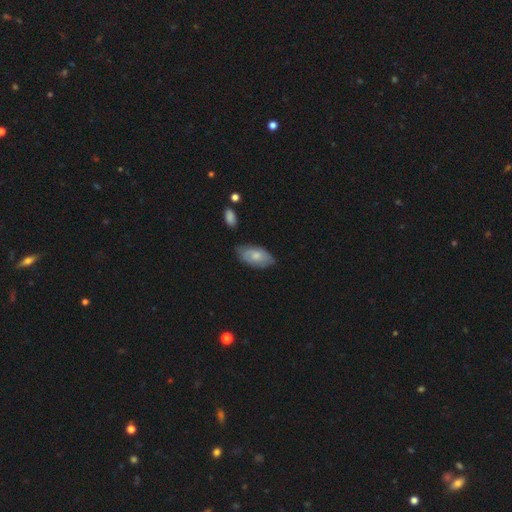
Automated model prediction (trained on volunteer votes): smooth_or_featured: smooth (p=0.63) [alt: featured or disk p=0.31]
how_rounded: in between (p=0.94) [alt: cigar-shaped p=0.03]
merging: none (p=0.70) [alt: minor disturbance p=0.23]